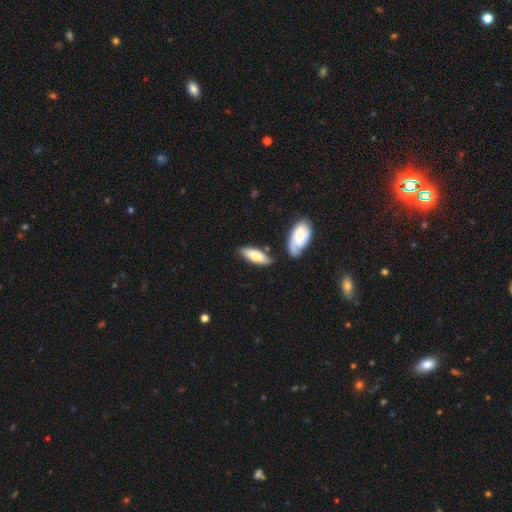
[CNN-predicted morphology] A smooth galaxy with no disk features (74%) that is in between round and cigar-shaped (62%). Merging: none (69%).